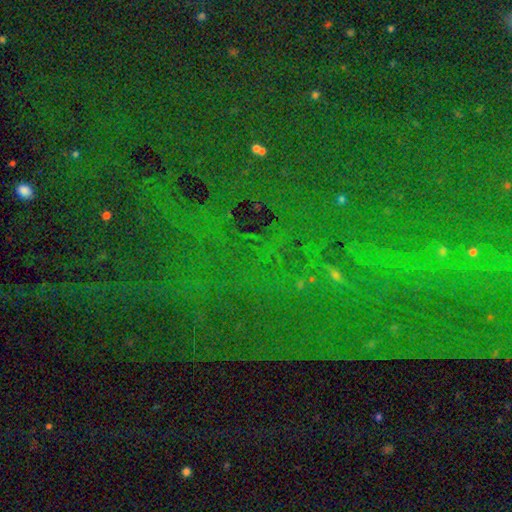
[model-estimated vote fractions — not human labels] Overall: star or artifact (82%).